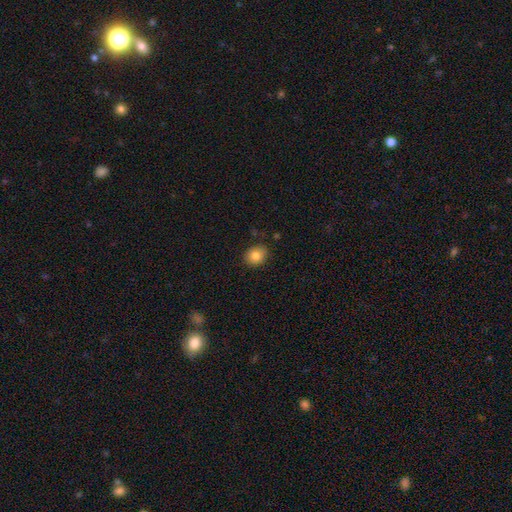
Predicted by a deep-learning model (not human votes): This is clearly a smooth galaxy (83%). How rounded: possibly round (59%). Merging: clearly none (86%).